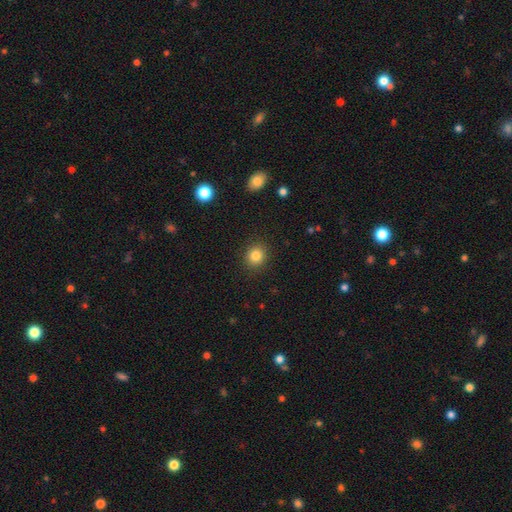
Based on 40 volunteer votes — This is clearly a smooth galaxy (85%). How rounded: clearly round (85%). Merging: clearly none (95%).